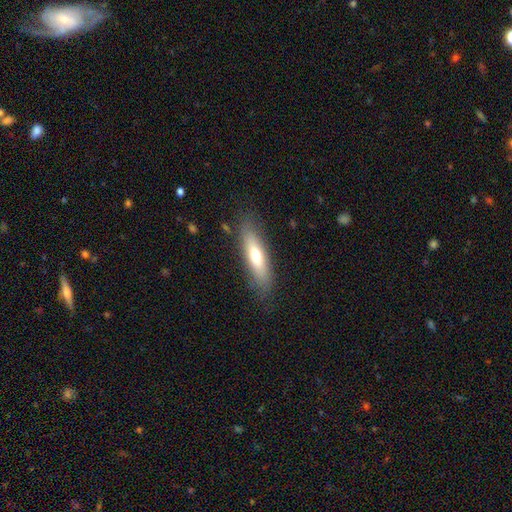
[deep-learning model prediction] A smooth galaxy with no disk features (61%) that is cigar-shaped (56%). Merging: none (81%).